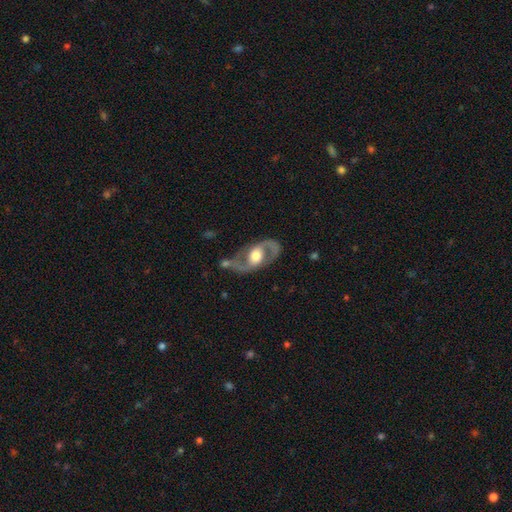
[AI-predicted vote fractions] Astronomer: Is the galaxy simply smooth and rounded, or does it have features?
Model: featured or disk — 86%.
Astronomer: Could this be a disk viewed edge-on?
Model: no — 95%.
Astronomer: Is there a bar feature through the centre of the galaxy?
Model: no — 52% (runner-up: weak, 33%).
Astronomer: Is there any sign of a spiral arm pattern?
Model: yes — 88%.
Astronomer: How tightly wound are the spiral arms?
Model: medium — 50% (runner-up: loose, 37%).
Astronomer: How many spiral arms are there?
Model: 2 — 92%.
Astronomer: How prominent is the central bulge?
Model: moderate — 55% (runner-up: large, 36%).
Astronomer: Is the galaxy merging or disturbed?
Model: none — 66%.